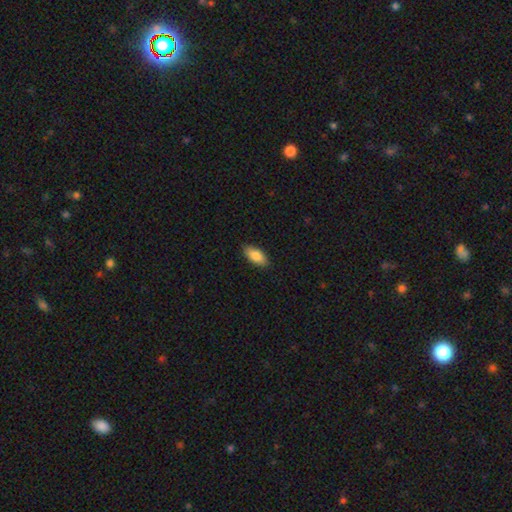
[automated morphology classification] Smooth or featured: smooth — 86% (featured or disk — 8%)
How rounded: in between — 88% (cigar-shaped — 10%)
Merging: none — 88% (minor disturbance — 9%)